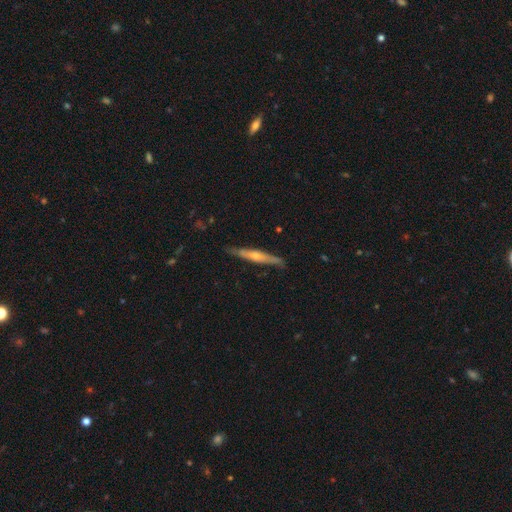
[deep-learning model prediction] Smooth or featured? featured or disk (64%)
Edge-on disk? yes (94%)
Edge-on bulge? rounded (71%)
Merging? none (83%)